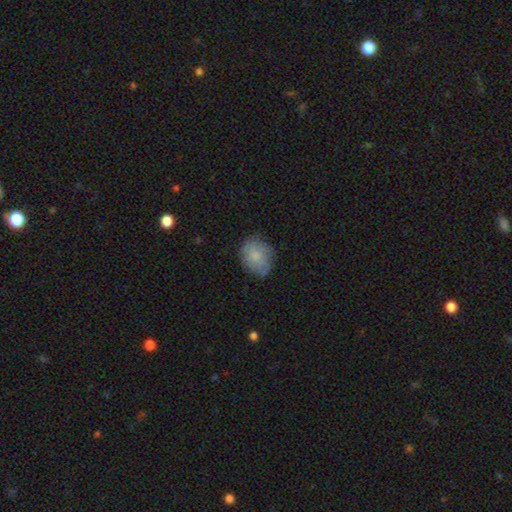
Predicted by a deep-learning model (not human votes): The model was most divided on "how rounded": round: 52%, in between: 47%, cigar-shaped: 1%. More confident: smooth or featured — smooth (78%); merging — none (69%).